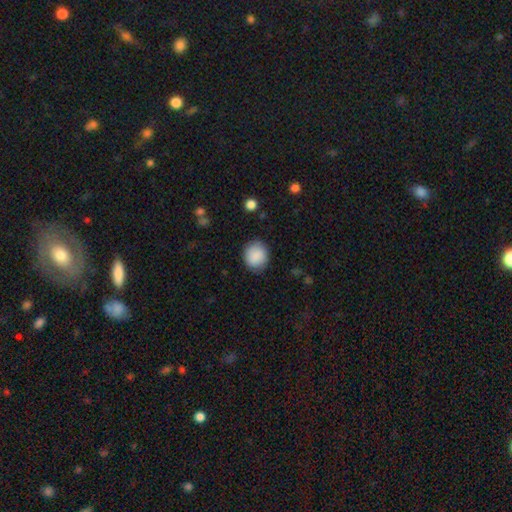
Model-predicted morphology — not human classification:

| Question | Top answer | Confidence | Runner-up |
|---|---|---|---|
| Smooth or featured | smooth | 89% | star or artifact (7%) |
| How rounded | round | 76% | in between (23%) |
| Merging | none | 84% | minor disturbance (11%) |